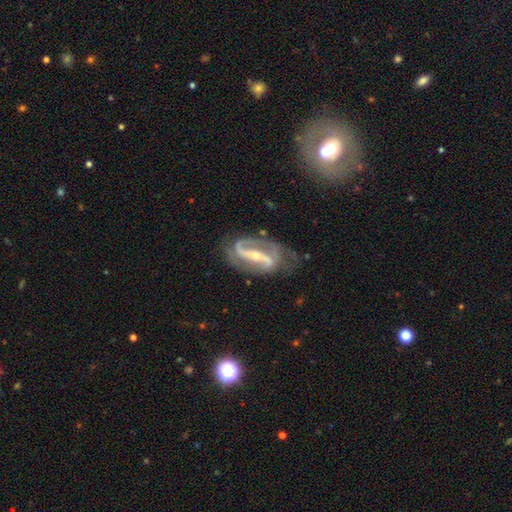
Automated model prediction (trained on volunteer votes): featured or disk 91%, star or artifact 5%, smooth 4%. Down the decision tree: edge-on disk — no (95%); bar — strong (64%); spiral arms — yes (96%); spiral arm count — 2 (88%); spiral winding — medium (47%); bulge size — small (65%); merging — none (66%).